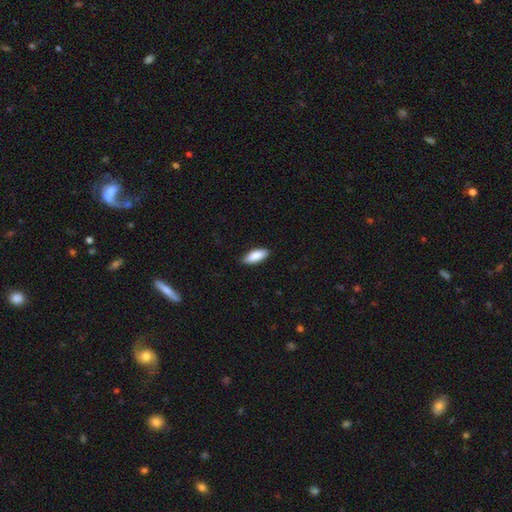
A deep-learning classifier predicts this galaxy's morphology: Smooth or featured?
  - smooth: 87% *
  - featured or disk: 7%
  - star or artifact: 6%
How rounded?
  - in between: 77% *
  - cigar-shaped: 21%
  - round: 2%
Merging?
  - none: 85% *
  - minor disturbance: 12%
  - major disturbance: 2%
  - merger: 1%